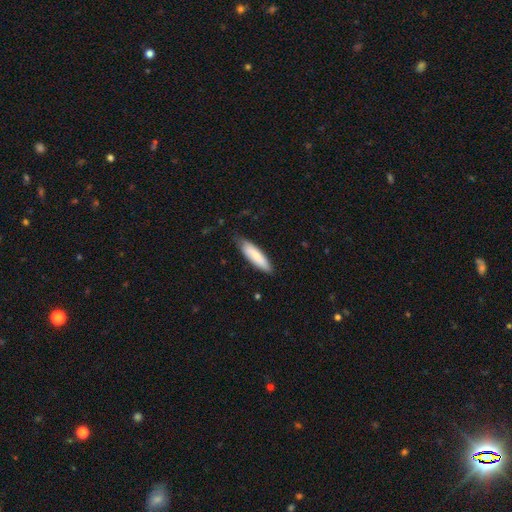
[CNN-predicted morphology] Smooth or featured?
  - smooth: 79% *
  - featured or disk: 16%
  - star or artifact: 5%
How rounded?
  - cigar-shaped: 60% *
  - in between: 39%
  - round: 1%
Merging?
  - none: 71% *
  - minor disturbance: 23%
  - major disturbance: 4%
  - merger: 1%